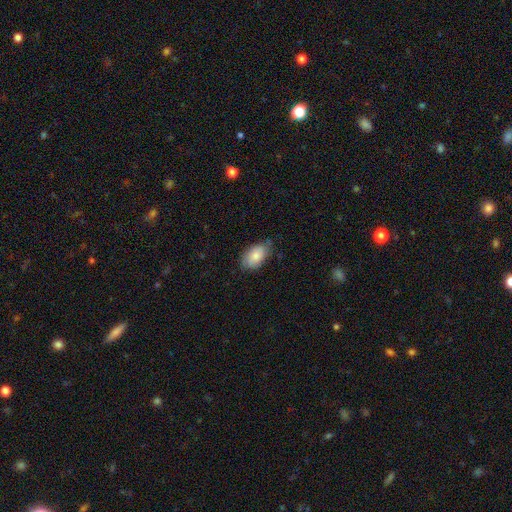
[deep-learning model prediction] smooth 80%, featured or disk 14%, star or artifact 6%. Down the decision tree: how rounded — in between (92%); merging — none (66%).